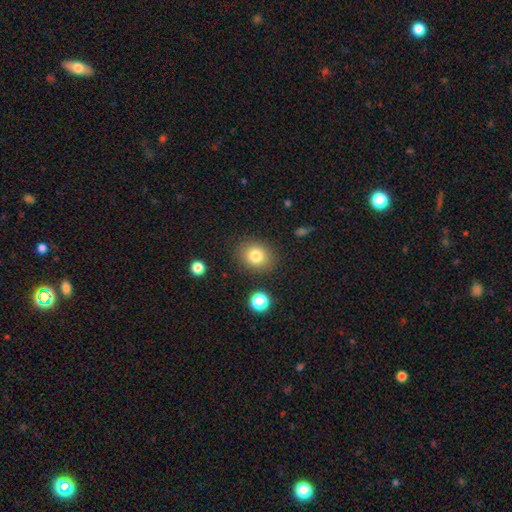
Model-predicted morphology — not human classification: Smooth or featured?
  - smooth: 81% *
  - star or artifact: 11%
  - featured or disk: 8%
How rounded?
  - round: 59% *
  - in between: 40%
  - cigar-shaped: 1%
Merging?
  - none: 85% *
  - minor disturbance: 9%
  - major disturbance: 3%
  - merger: 2%